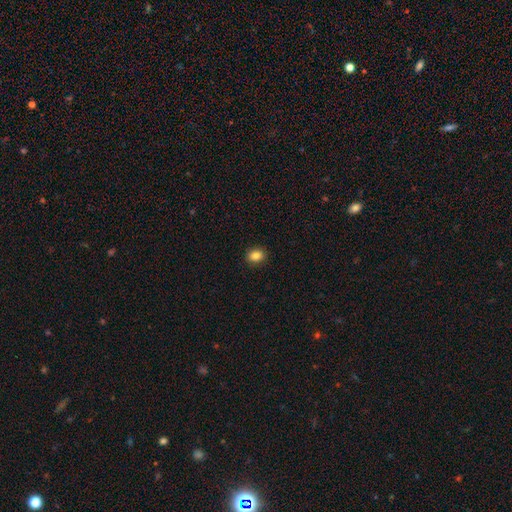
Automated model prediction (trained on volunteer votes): Q: Smooth or featured?
A: smooth (85%); runner-up: star or artifact (10%)
Q: How rounded?
A: in between (51%); runner-up: round (48%)
Q: Merging?
A: none (91%); runner-up: minor disturbance (7%)